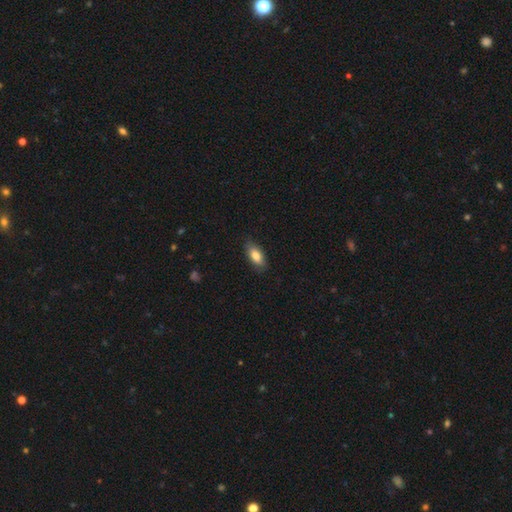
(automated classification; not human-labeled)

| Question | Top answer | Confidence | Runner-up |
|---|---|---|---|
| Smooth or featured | smooth | 84% | featured or disk (9%) |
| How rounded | in between | 87% | cigar-shaped (10%) |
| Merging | none | 85% | minor disturbance (11%) |